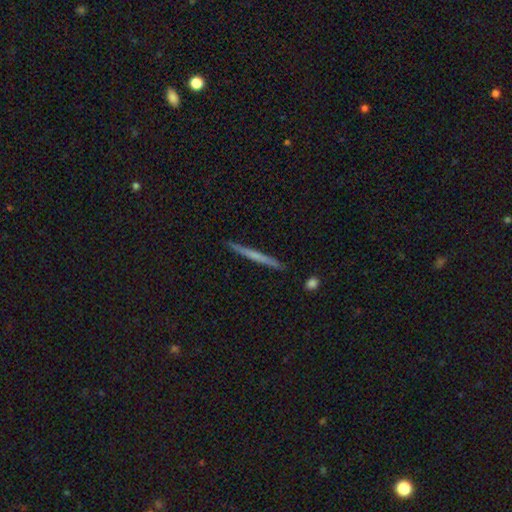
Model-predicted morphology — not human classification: smooth 49%, featured or disk 45%, star or artifact 6%. Down the decision tree: merging — none (91%).